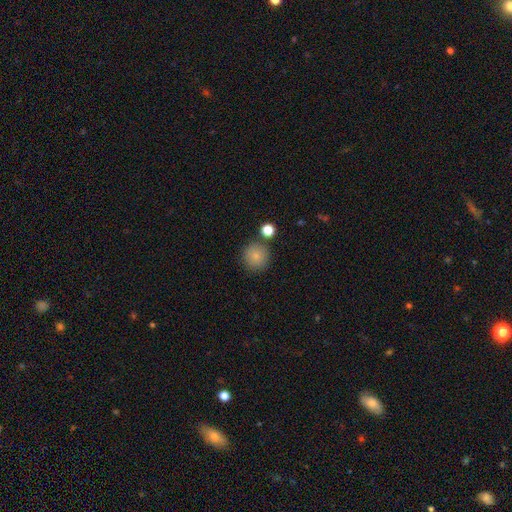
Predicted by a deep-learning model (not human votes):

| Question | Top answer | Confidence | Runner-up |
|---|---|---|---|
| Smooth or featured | smooth | 82% | star or artifact (10%) |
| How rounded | round | 95% | in between (4%) |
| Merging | none | 83% | minor disturbance (8%) |